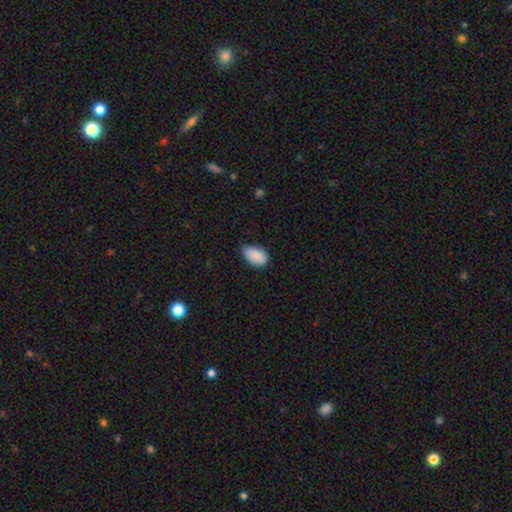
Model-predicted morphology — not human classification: Overall: smooth (89%). How rounded: in between (94%). Merging: none (70%).